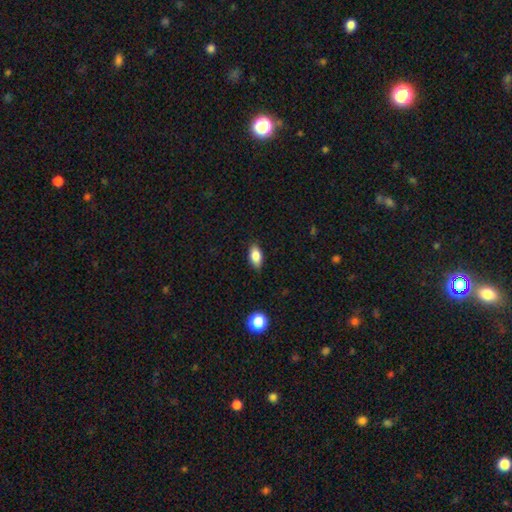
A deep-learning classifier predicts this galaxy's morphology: Smooth or featured? smooth (83%)
How rounded? in between (89%)
Merging? none (84%)